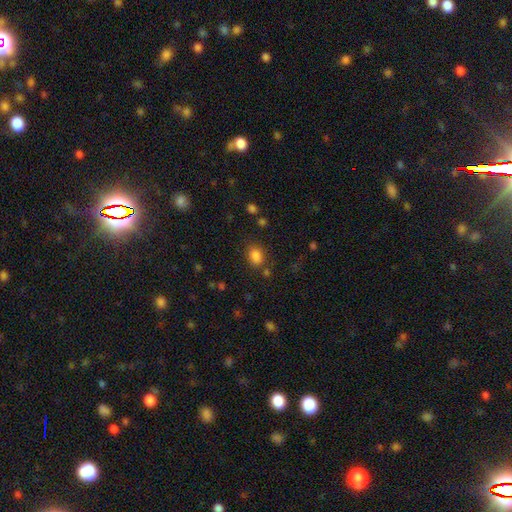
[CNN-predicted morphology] This appears to be a smooth galaxy with no disk features (83%) that is in between round and cigar-shaped (67%). Merging: none (74%).